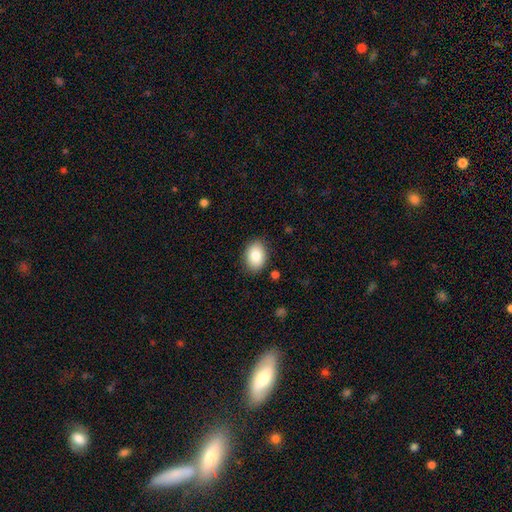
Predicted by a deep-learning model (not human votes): A smooth galaxy with no disk features (84%) that is in between round and cigar-shaped (77%). Merging: none (85%).